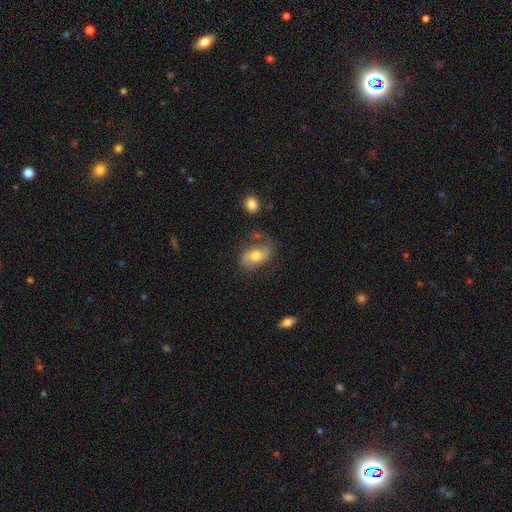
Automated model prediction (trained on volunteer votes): A featured or disk galaxy (47%).

Vote fractions:
- Smooth or featured? featured or disk: 47% / smooth: 45% / star or artifact: 8%
- Merging? none: 62% / minor disturbance: 23% / major disturbance: 11% / merger: 5%